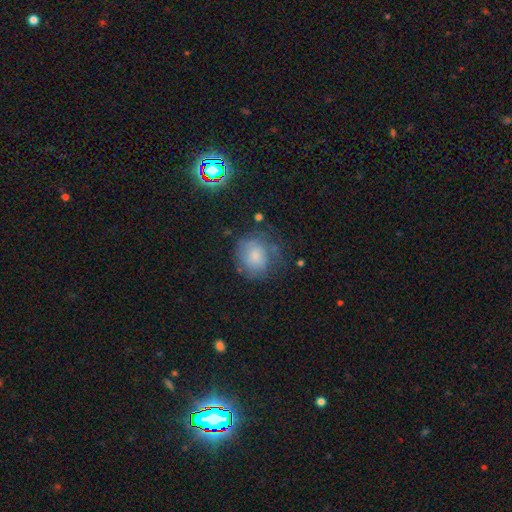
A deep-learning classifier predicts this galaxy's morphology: smooth_or_featured: smooth (p=0.56) [alt: featured or disk p=0.24]
how_rounded: round (p=0.78) [alt: in between p=0.21]
merging: none (p=0.63) [alt: minor disturbance p=0.23]